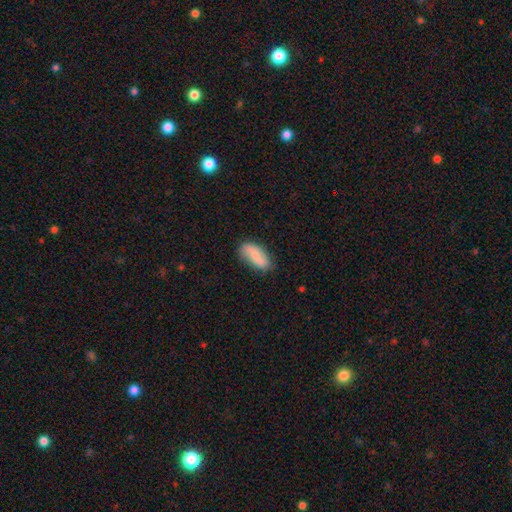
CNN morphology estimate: Smooth or featured?
  - smooth: 65% *
  - featured or disk: 28%
  - star or artifact: 7%
How rounded?
  - in between: 83% *
  - cigar-shaped: 14%
  - round: 3%
Merging?
  - none: 75% *
  - minor disturbance: 19%
  - major disturbance: 4%
  - merger: 2%